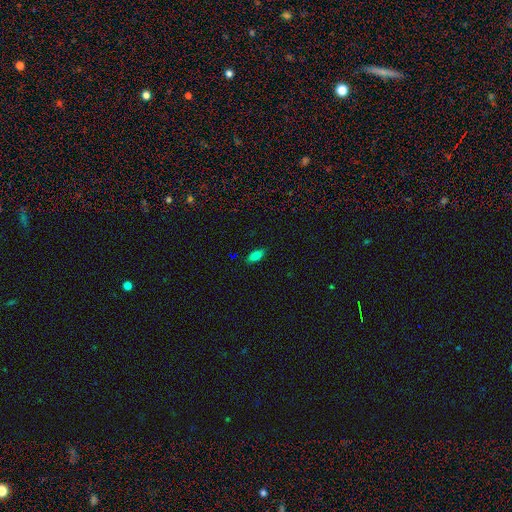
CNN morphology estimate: Smooth or featured?
  - smooth: 78% *
  - featured or disk: 12%
  - star or artifact: 10%
How rounded?
  - in between: 84% *
  - cigar-shaped: 13%
  - round: 3%
Merging?
  - none: 86% *
  - minor disturbance: 11%
  - major disturbance: 2%
  - merger: 1%